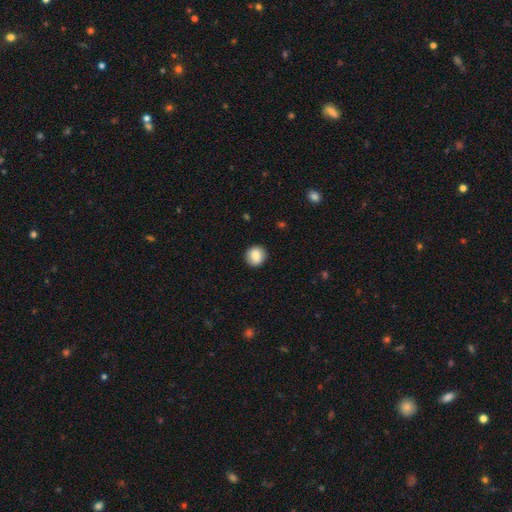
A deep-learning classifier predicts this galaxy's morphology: Overall: smooth (83%). How rounded: round (91%). Merging: none (90%).